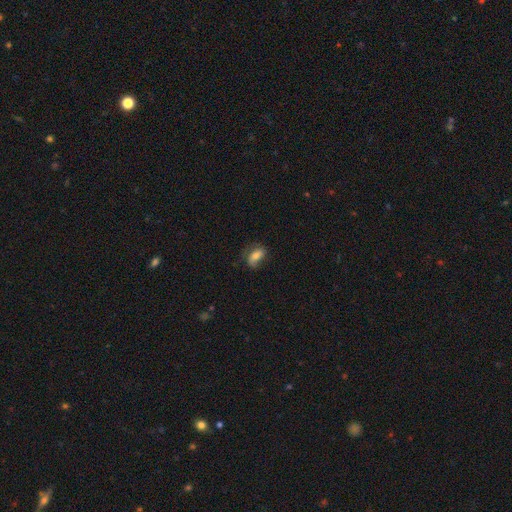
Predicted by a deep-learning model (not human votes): This appears to be a smooth galaxy with no disk features (60%) that is in between round and cigar-shaped (85%). Merging: none (55%).